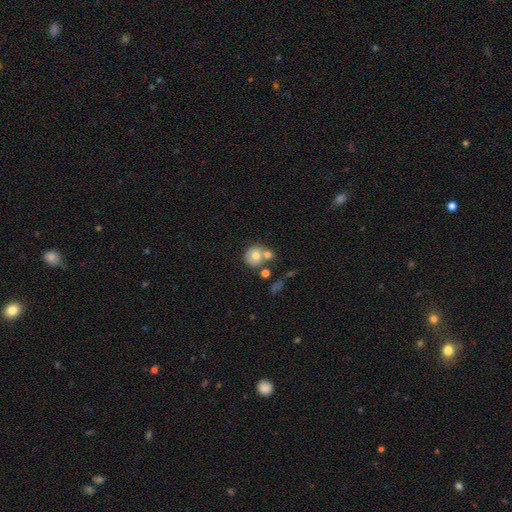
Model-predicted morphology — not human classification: smooth-or-featured: smooth: 69% | featured or disk: 21% | star or artifact: 10%
  how-rounded: round: 83% | in between: 16% | cigar-shaped: 1%
  merging: none: 45% | merger: 39% | minor disturbance: 11% | major disturbance: 5%